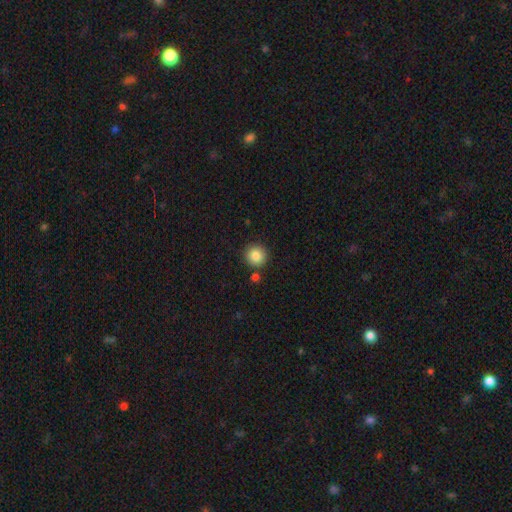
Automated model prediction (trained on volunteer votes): Morphology: type=smooth (86%); roundness=round (93%); merging=none (85%).